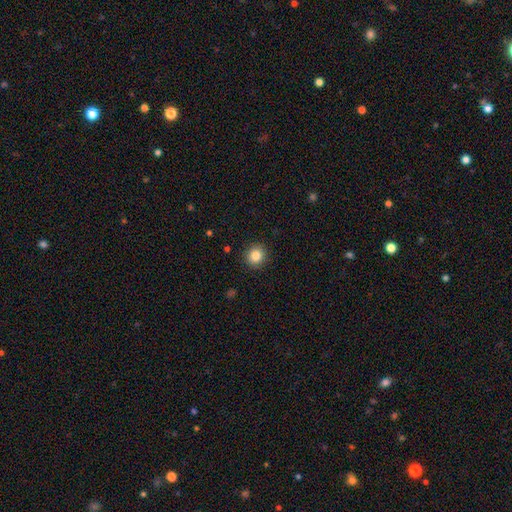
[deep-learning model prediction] Morphology: type=smooth (84%); roundness=round (89%); merging=none (91%).